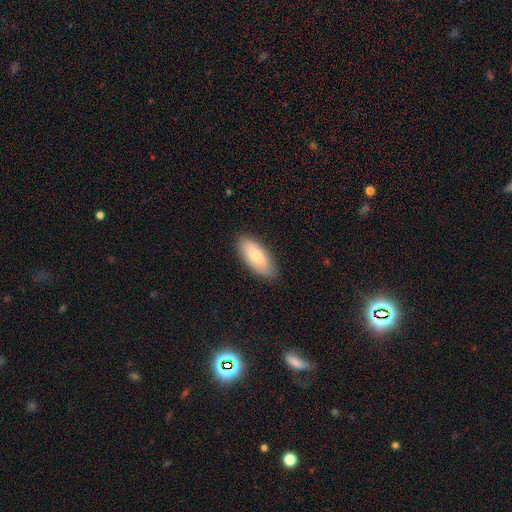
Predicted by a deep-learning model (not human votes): Smooth or featured? Predicted: smooth (p=0.76). How rounded? Predicted: in between (p=0.87). Merging? Predicted: none (p=0.86).